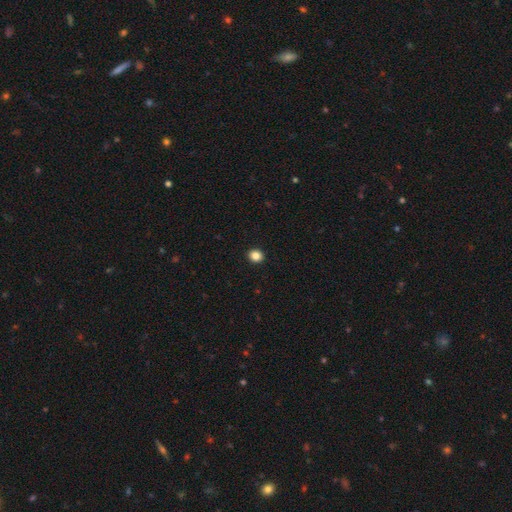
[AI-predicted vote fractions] This is clearly a smooth galaxy (85%). How rounded: likely round (79%). Merging: clearly none (93%).